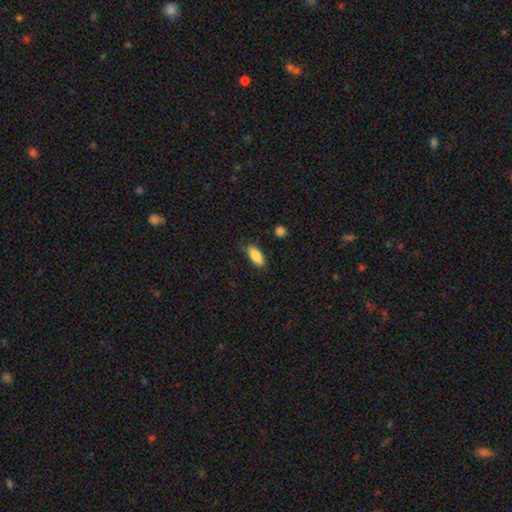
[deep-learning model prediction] Smooth or featured? smooth (87%)
How rounded? in between (80%)
Merging? none (82%)